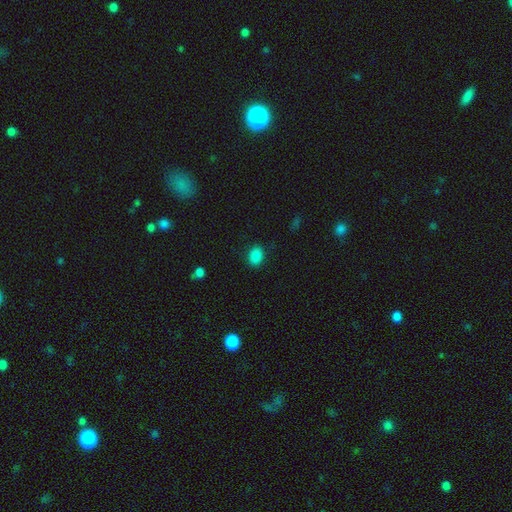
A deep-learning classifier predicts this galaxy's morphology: Q: Smooth or featured?
A: smooth (86%); runner-up: star or artifact (10%)
Q: How rounded?
A: in between (68%); runner-up: round (31%)
Q: Merging?
A: none (87%); runner-up: minor disturbance (9%)